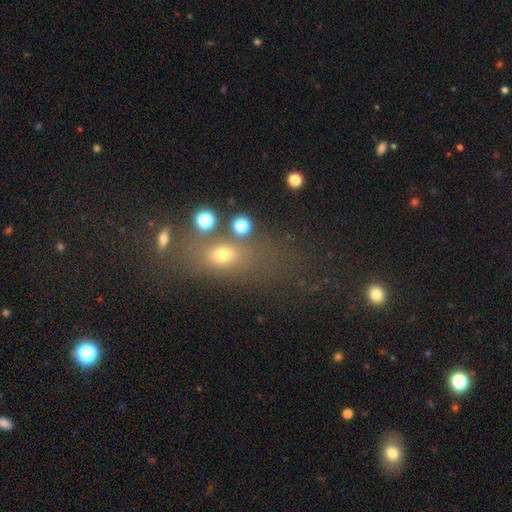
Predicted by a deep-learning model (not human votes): This is possibly a smooth galaxy (45%). Merging: possibly none (57%).